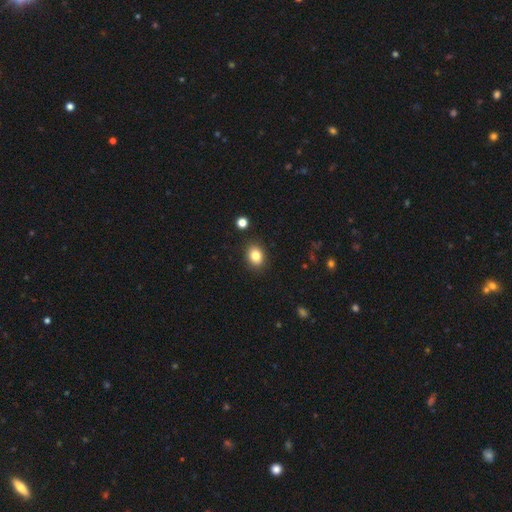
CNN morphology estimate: Smooth or featured?
  - smooth: 83% *
  - star or artifact: 10%
  - featured or disk: 7%
How rounded?
  - in between: 53% *
  - round: 46%
  - cigar-shaped: 1%
Merging?
  - none: 88% *
  - minor disturbance: 8%
  - major disturbance: 2%
  - merger: 2%